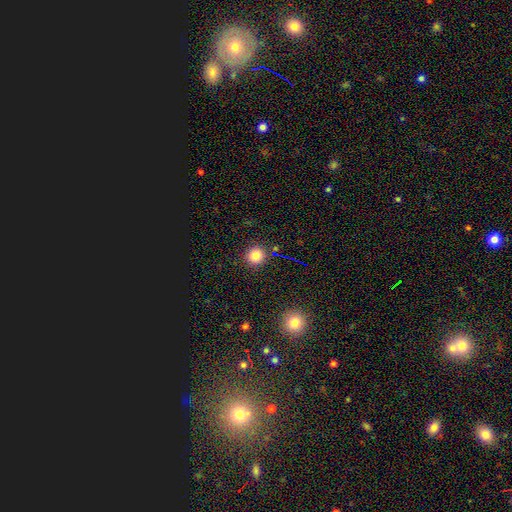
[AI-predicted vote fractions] Smooth or featured? smooth (82%)
How rounded? round (92%)
Merging? none (88%)